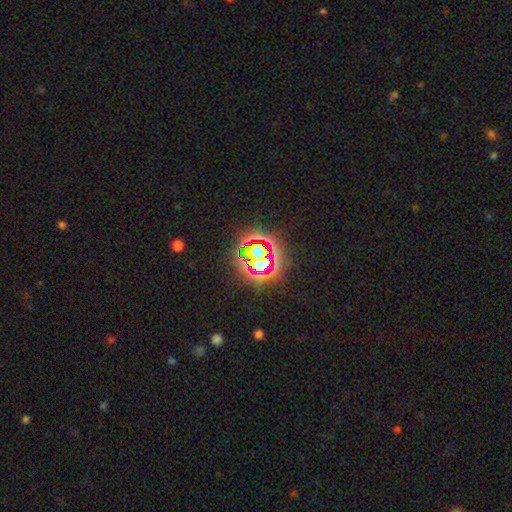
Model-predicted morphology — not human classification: The model was most divided on "smooth or featured": star or artifact: 72%, smooth: 15%, featured or disk: 13%.